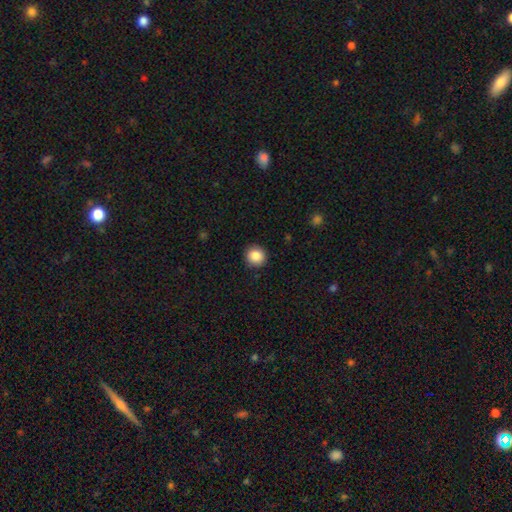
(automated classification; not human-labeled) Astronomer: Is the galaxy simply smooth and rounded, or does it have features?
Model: smooth — 86%.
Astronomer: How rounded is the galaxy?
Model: round — 89%.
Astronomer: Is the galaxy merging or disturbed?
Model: none — 90%.